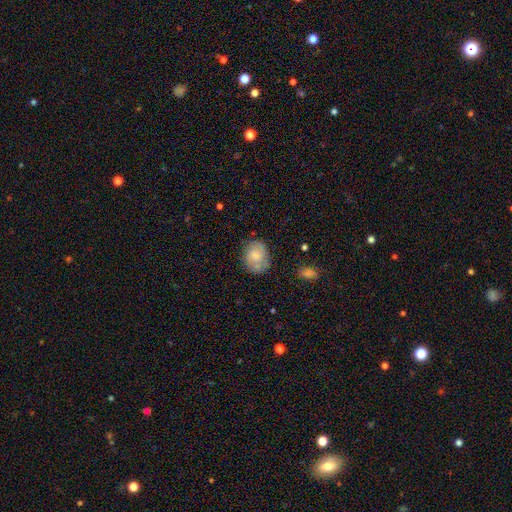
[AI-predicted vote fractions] This appears to be a smooth galaxy with no disk features (62%) that is in between round and cigar-shaped (52%). Merging: none (69%).